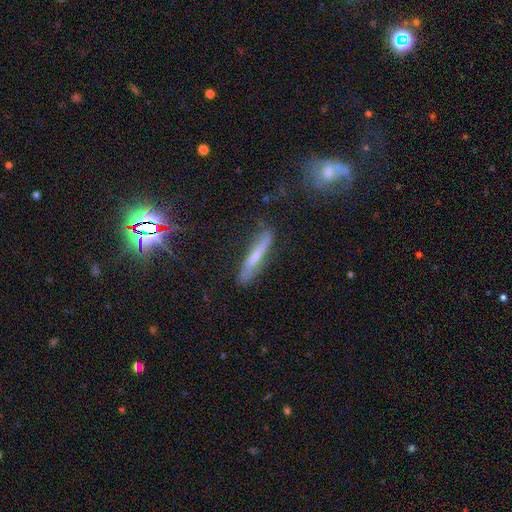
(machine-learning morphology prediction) This appears to be a featured or disk galaxy (47%). Merging: none (76%).